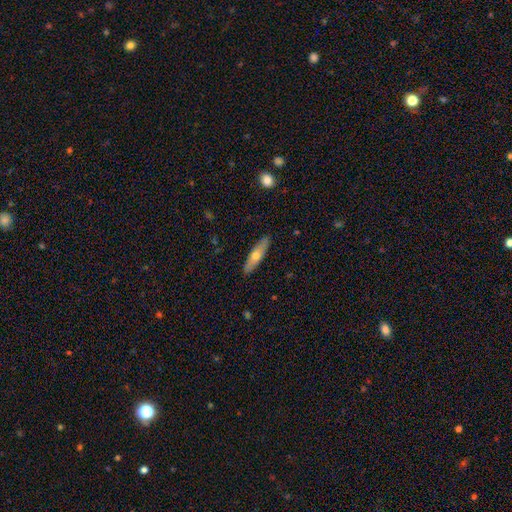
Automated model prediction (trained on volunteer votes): Morphology: type=smooth (55%); roundness=cigar-shaped (71%); merging=none (90%).